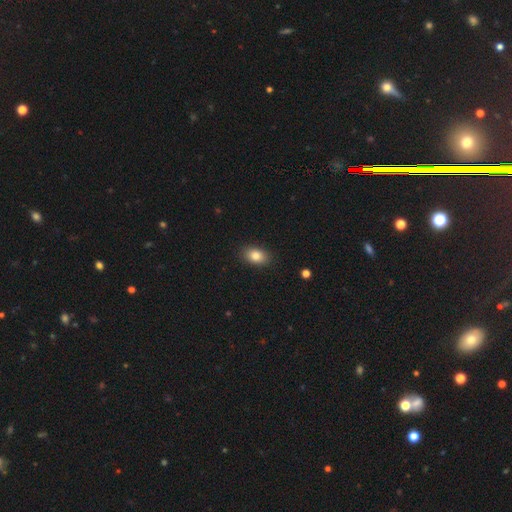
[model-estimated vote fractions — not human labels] smooth_or_featured: smooth (p=0.84) [alt: star or artifact p=0.09]
how_rounded: in between (p=0.85) [alt: round p=0.14]
merging: none (p=0.88) [alt: minor disturbance p=0.08]